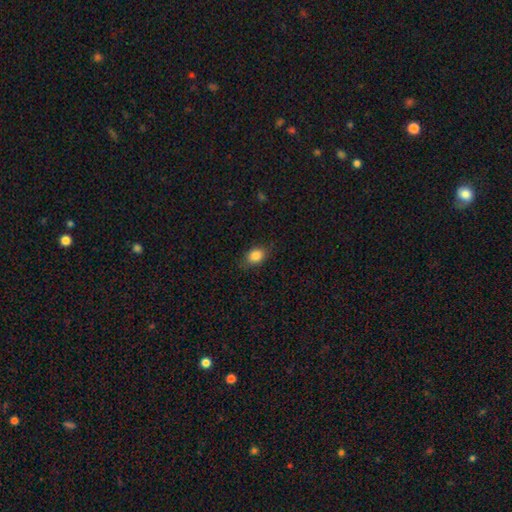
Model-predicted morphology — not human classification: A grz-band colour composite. It shows a smooth galaxy with no disk features (85%) that is in between round and cigar-shaped (69%). Merging: none (80%).